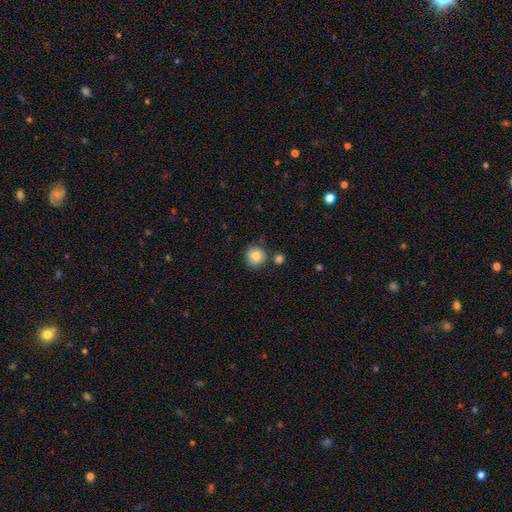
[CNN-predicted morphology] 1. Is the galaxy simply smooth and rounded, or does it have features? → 83% smooth, 9% star or artifact, 8% featured or disk.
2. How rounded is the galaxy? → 93% round, 6% in between, 1% cigar-shaped.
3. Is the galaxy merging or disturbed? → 78% none, 12% minor disturbance, 8% merger, 3% major disturbance.